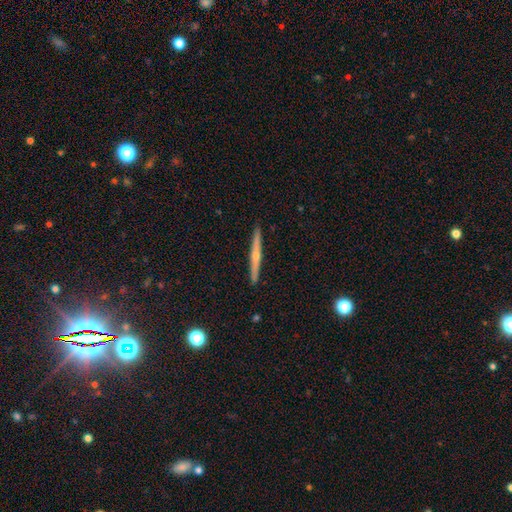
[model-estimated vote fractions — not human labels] featured or disk 64%, smooth 22%, star or artifact 14%. Down the decision tree: edge-on disk — yes (96%); edge-on bulge — rounded (74%); merging — none (89%).